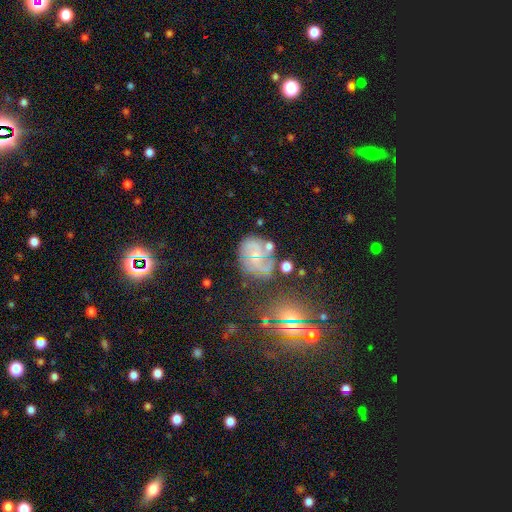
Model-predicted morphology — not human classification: A featured or disk galaxy (63%) with no bar (69%), medium (42%) spiral arms (82%) and a small central bulge (73%). Merging: none (49%).